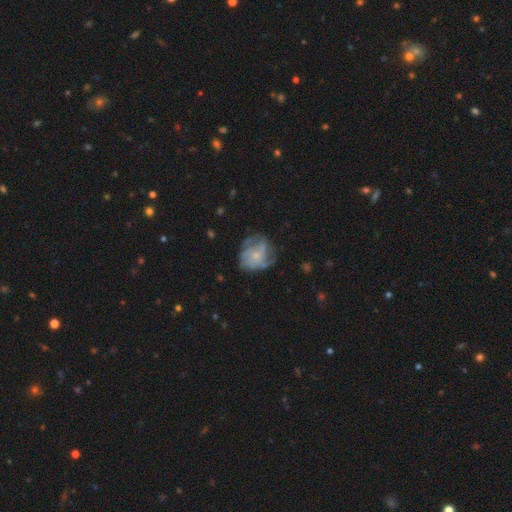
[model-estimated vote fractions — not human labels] This is likely a featured or disk galaxy (69%). It is clearly not viewed edge-on (98%). Bar: likely no (78%). Spiral arm pattern: clearly yes (83%). Spiral arm count: marginally can't tell (35%). Spiral winding: marginally tight (42%). Central bulge: likely small (65%). Merging: likely none (60%).